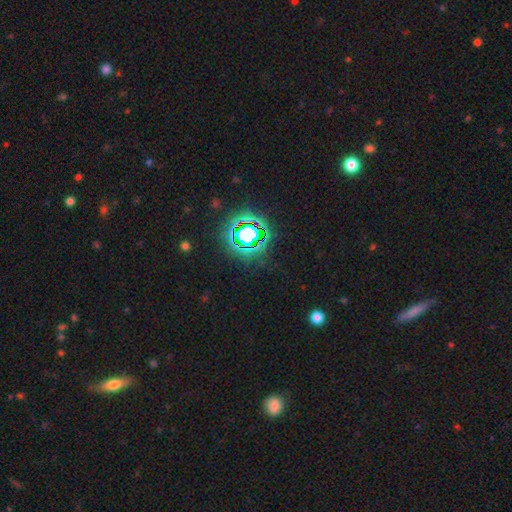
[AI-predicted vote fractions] Smooth or featured? star or artifact (76%)